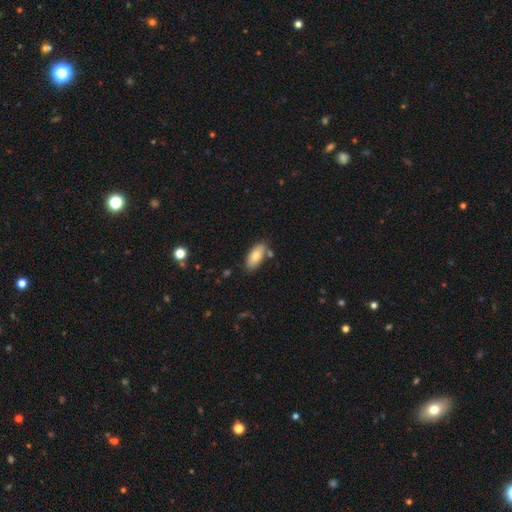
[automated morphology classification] The model was most divided on "smooth or featured": smooth: 77%, featured or disk: 16%, star or artifact: 7%. More confident: how rounded — in between (89%); merging — none (78%).